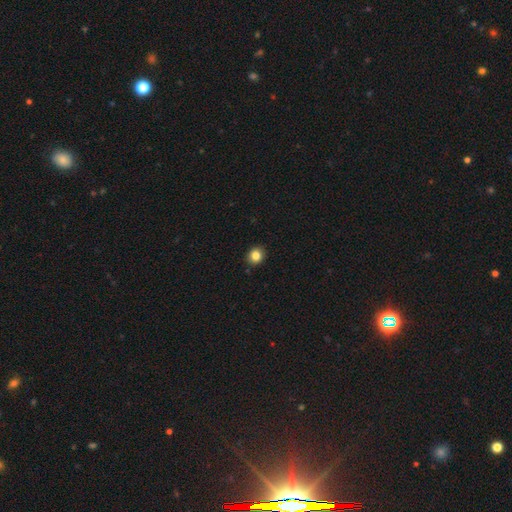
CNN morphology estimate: smooth-or-featured: smooth: 84% | star or artifact: 11% | featured or disk: 5%
  how-rounded: round: 80% | in between: 19% | cigar-shaped: 1%
  merging: none: 91% | minor disturbance: 6% | major disturbance: 2% | merger: 1%